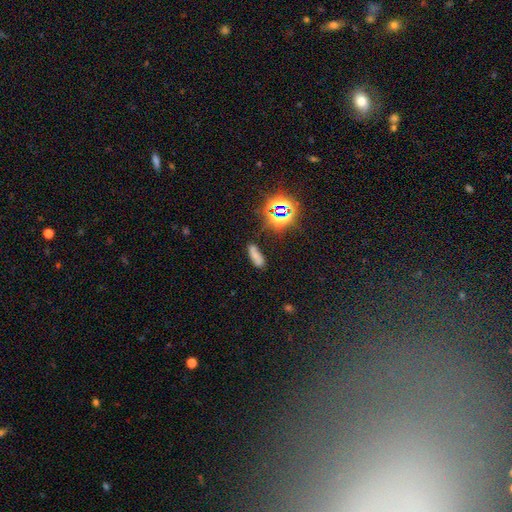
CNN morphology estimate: smooth 57%, star or artifact 24%, featured or disk 20%. Down the decision tree: how rounded — in between (63%); merging — none (61%).